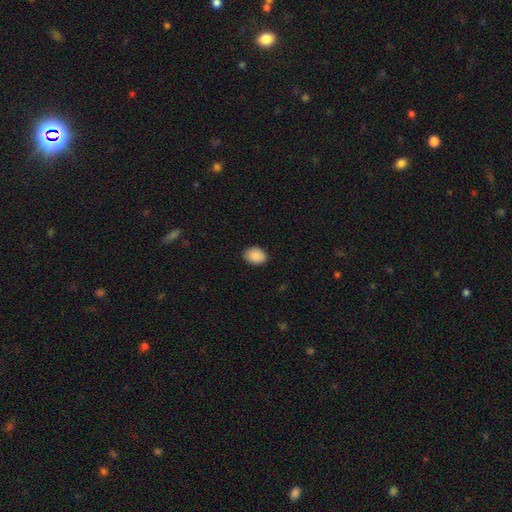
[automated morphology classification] smooth 90%, star or artifact 7%, featured or disk 3%. Down the decision tree: how rounded — in between (67%); merging — none (87%).